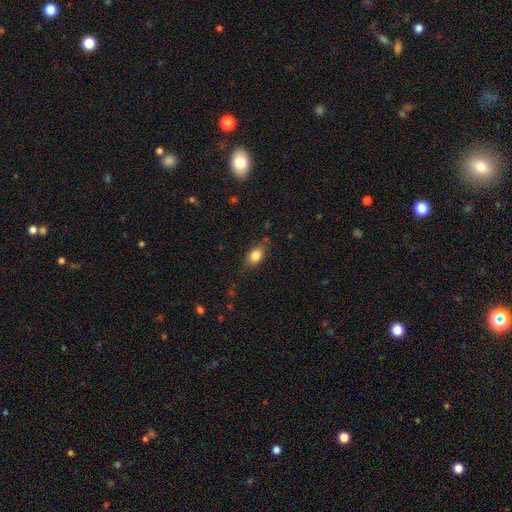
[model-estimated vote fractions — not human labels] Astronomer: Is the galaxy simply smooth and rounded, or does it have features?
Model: smooth — 82%.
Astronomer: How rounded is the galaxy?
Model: in between — 80%.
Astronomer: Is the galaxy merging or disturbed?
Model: none — 74%.